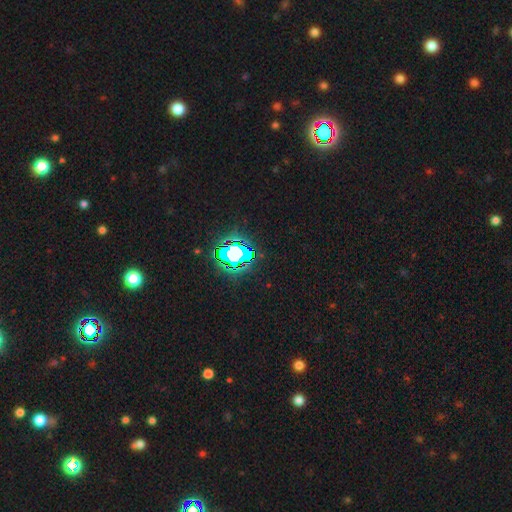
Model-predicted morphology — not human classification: smooth_or_featured: star or artifact (p=0.82) [alt: smooth p=0.11]